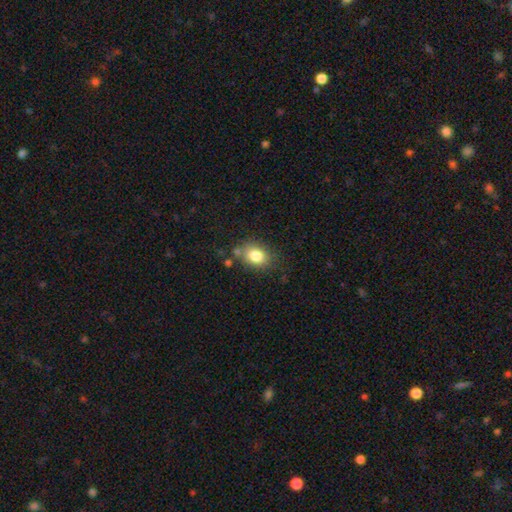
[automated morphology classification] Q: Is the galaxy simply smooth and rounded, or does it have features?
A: smooth — 82%.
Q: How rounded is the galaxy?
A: in between — 57%.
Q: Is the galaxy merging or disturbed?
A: none — 74%.